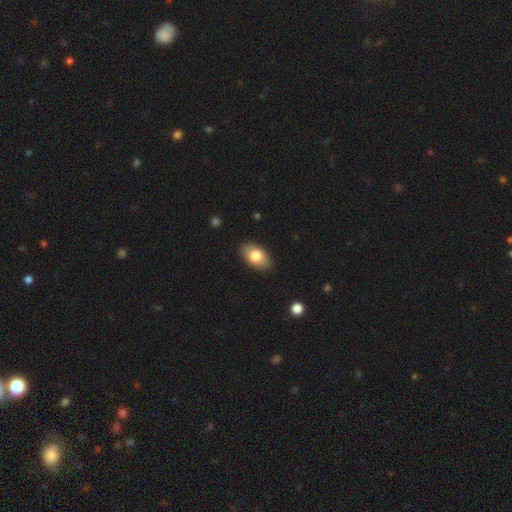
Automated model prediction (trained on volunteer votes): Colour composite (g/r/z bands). It shows a smooth galaxy with no disk features (80%) that is in between round and cigar-shaped (92%). Merging: none (86%).